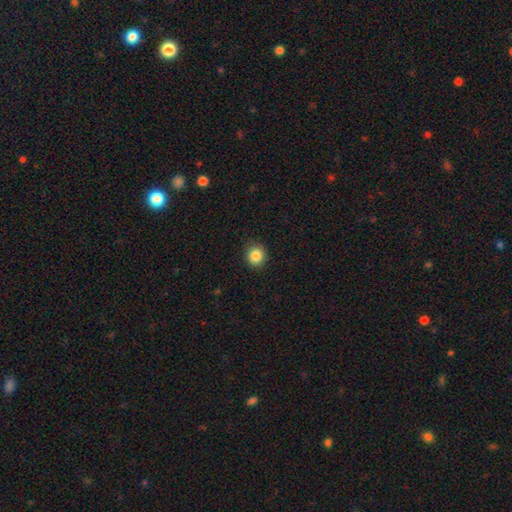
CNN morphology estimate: A smooth galaxy with no disk features (86%) that is round (86%). Merging: none (89%).